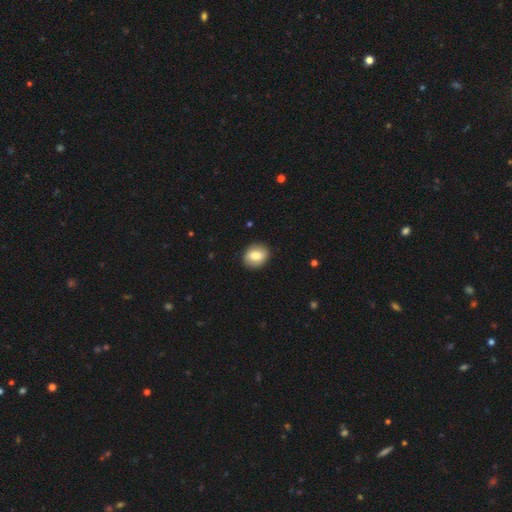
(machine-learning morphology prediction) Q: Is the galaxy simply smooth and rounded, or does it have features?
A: smooth — 76%.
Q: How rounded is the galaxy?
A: round — 60%.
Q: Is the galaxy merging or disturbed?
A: none — 89%.